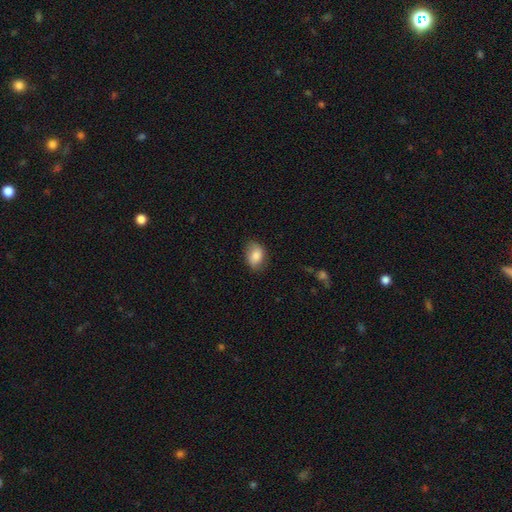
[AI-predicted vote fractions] Smooth or featured? Predicted: smooth (p=0.81). How rounded? Predicted: in between (p=0.79). Merging? Predicted: none (p=0.75).